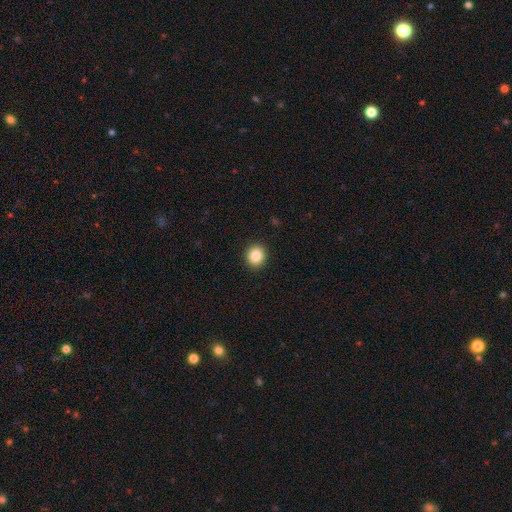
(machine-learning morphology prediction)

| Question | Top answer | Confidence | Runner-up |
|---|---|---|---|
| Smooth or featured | smooth | 86% | star or artifact (9%) |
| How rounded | round | 82% | in between (17%) |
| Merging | none | 92% | minor disturbance (5%) |